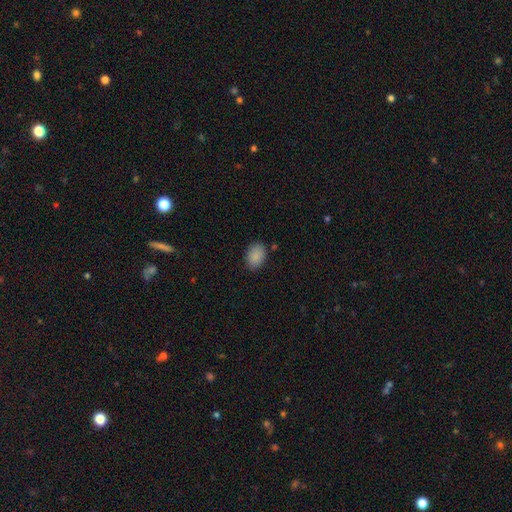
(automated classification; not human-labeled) This appears to be a smooth galaxy with no disk features (89%) that is in between round and cigar-shaped (78%). Merging: none (85%).